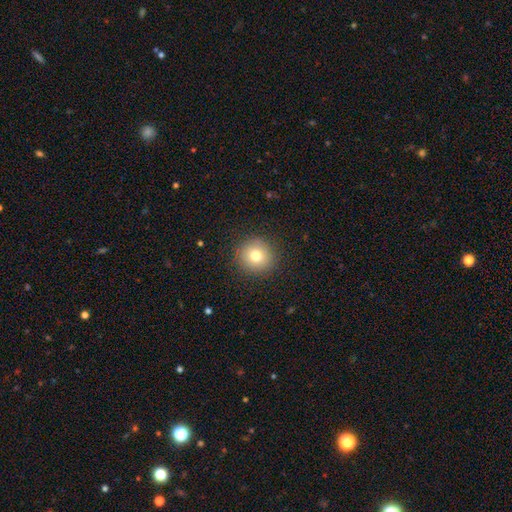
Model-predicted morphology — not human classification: Q: Smooth or featured?
A: smooth (77%); runner-up: star or artifact (13%)
Q: How rounded?
A: round (93%); runner-up: in between (6%)
Q: Merging?
A: none (90%); runner-up: minor disturbance (7%)